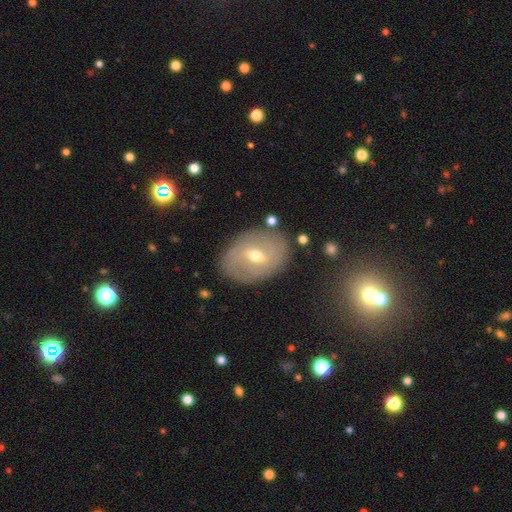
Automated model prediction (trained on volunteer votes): A featured or disk galaxy (66%) with a weak bar (57%), spiral arms (60%) and a moderate central bulge (64%).

Vote fractions:
- Smooth or featured? featured or disk: 66% / smooth: 26% / star or artifact: 8%
- Edge-on disk? no: 93% / yes: 7%
- Bar? weak: 57% / strong: 24% / no: 20%
- Spiral arms? yes: 60% / no: 40%
- Bulge size? moderate: 64% / small: 31% / large: 3% / none: 1% / dominant: 1%
- Merging? none: 81% / minor disturbance: 13% / major disturbance: 4% / merger: 2%